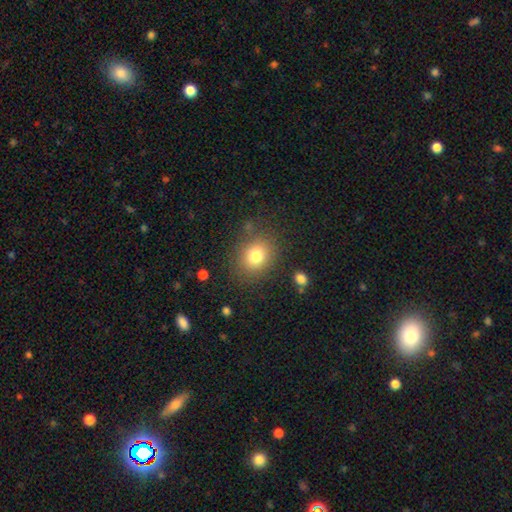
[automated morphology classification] smooth-or-featured: smooth: 78% | star or artifact: 12% | featured or disk: 10%
  how-rounded: round: 62% | in between: 37% | cigar-shaped: 1%
  merging: none: 82% | minor disturbance: 11% | major disturbance: 5% | merger: 3%